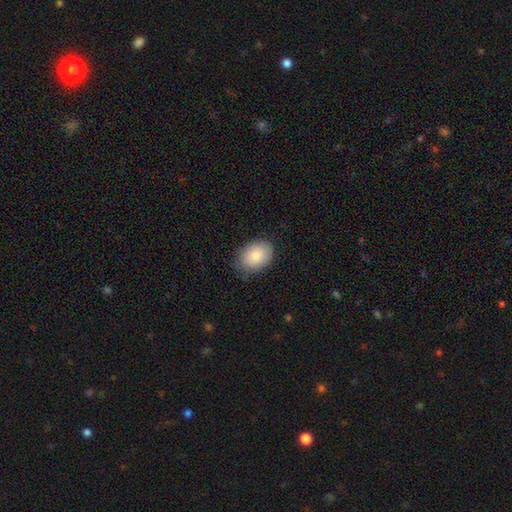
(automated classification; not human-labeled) A smooth galaxy with no disk features (85%) that is in between round and cigar-shaped (76%).

Vote fractions:
- Smooth or featured? smooth: 85% / featured or disk: 9% / star or artifact: 7%
- How rounded? in between: 76% / round: 23% / cigar-shaped: 1%
- Merging? none: 80% / minor disturbance: 16% / major disturbance: 3% / merger: 1%